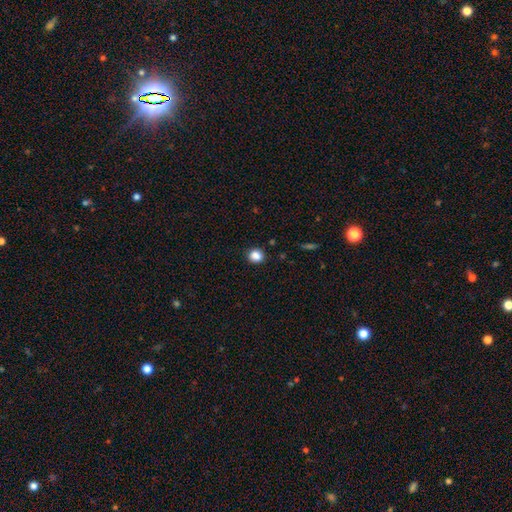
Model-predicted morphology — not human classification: smooth_or_featured: smooth (p=0.86) [alt: star or artifact p=0.11]
how_rounded: round (p=0.79) [alt: in between p=0.20]
merging: none (p=0.88) [alt: minor disturbance p=0.08]